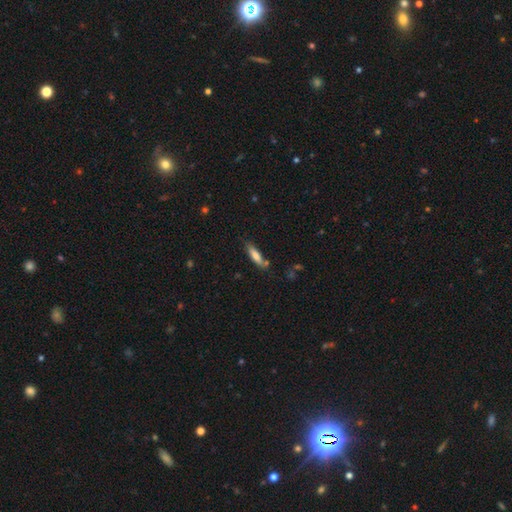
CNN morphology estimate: This is likely a smooth galaxy (70%). How rounded: likely cigar-shaped (68%). Merging: likely none (73%).